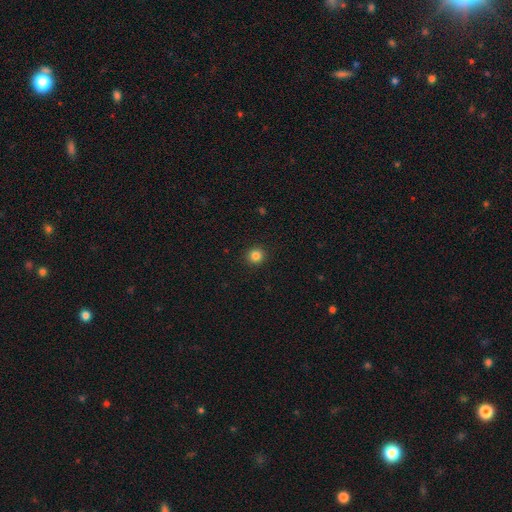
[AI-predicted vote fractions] Smooth or featured: smooth — 84% (star or artifact — 12%)
How rounded: round — 92% (in between — 7%)
Merging: none — 93% (minor disturbance — 5%)